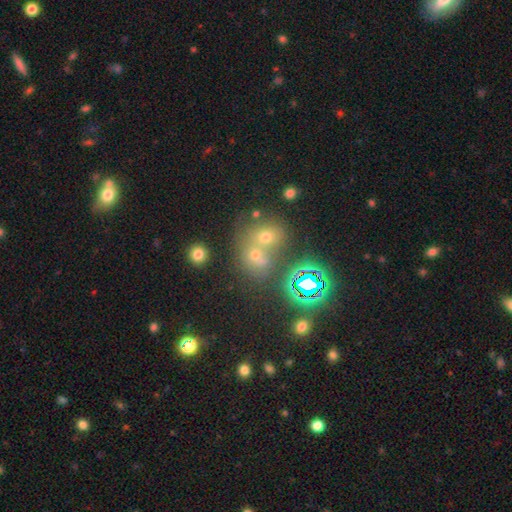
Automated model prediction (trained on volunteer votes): Smooth or featured: smooth — 49% (star or artifact — 35%)
Merging: merger — 51% (none — 38%)